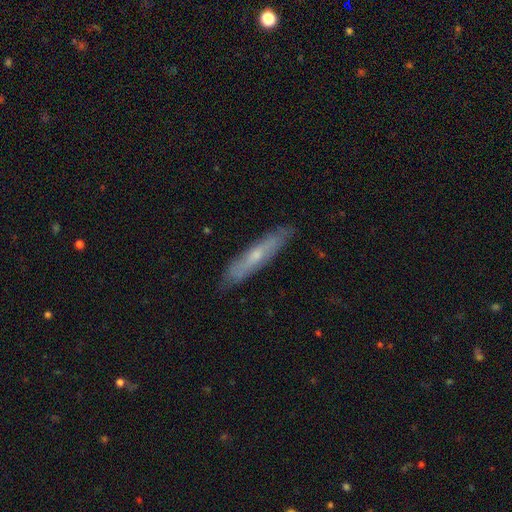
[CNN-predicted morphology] Smooth or featured? Predicted: featured or disk (p=0.51). Edge-on disk? Predicted: yes (p=0.69). Merging? Predicted: none (p=0.85).